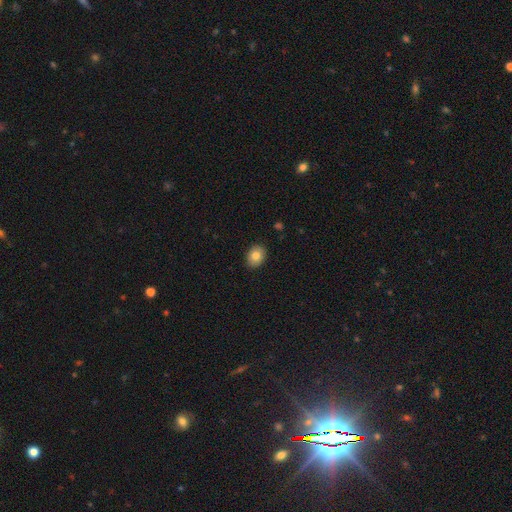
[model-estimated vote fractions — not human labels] This appears to be a smooth galaxy with no disk features (82%) that is in between round and cigar-shaped (62%). Merging: none (89%).